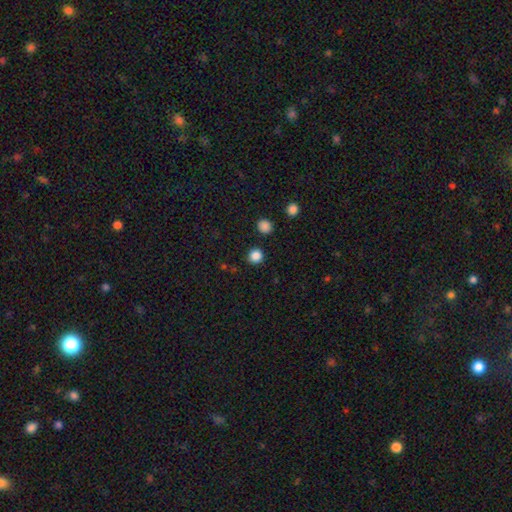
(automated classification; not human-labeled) A smooth galaxy with no disk features (85%) that is round (93%). Merging: none (91%).